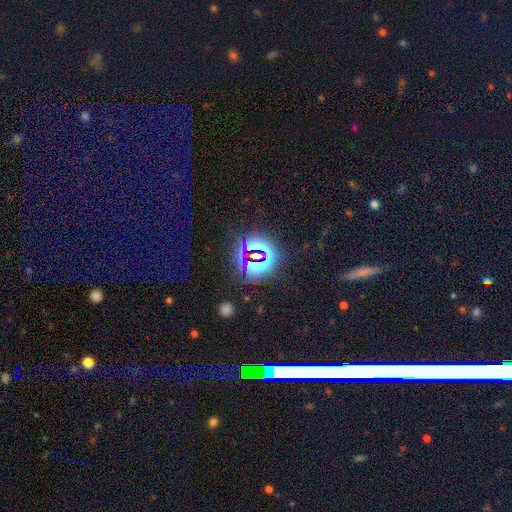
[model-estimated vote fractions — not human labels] Smooth or featured?
  - star or artifact: 78% *
  - smooth: 13%
  - featured or disk: 9%